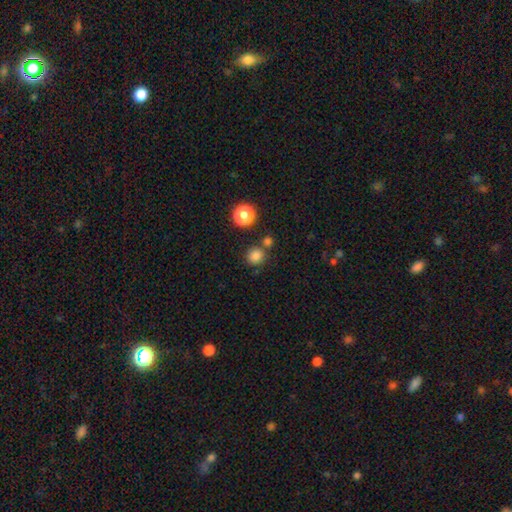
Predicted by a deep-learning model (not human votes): This appears to be a smooth galaxy with no disk features (81%) that is round (89%). Merging: none (74%).